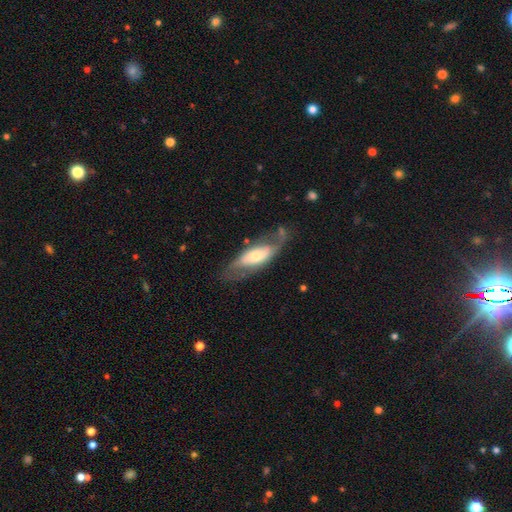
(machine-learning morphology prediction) This is possibly a featured or disk galaxy (58%). It is likely not viewed edge-on (77%). Merging: likely none (61%).